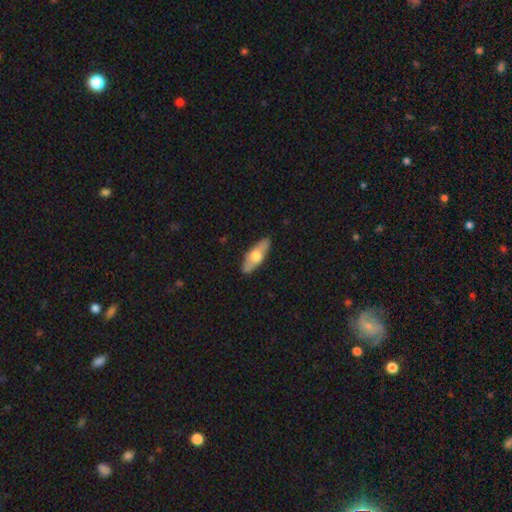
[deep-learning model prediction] Smooth or featured?
  - smooth: 56% *
  - featured or disk: 39%
  - star or artifact: 5%
How rounded?
  - in between: 64% *
  - cigar-shaped: 33%
  - round: 3%
Merging?
  - none: 86% *
  - minor disturbance: 11%
  - major disturbance: 2%
  - merger: 1%